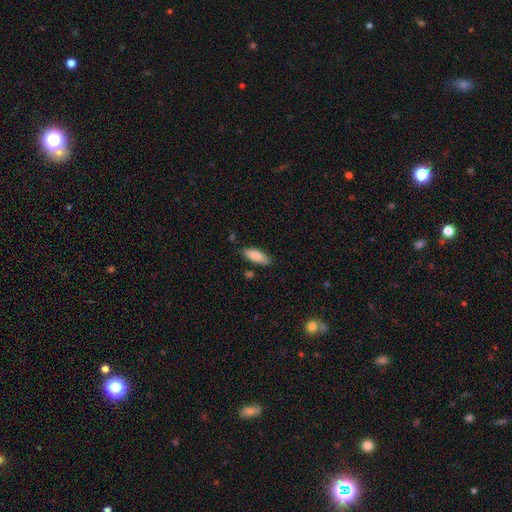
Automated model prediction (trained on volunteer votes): smooth_or_featured: smooth (p=0.86) [alt: featured or disk p=0.08]
how_rounded: in between (p=0.72) [alt: cigar-shaped p=0.26]
merging: none (p=0.82) [alt: minor disturbance p=0.13]